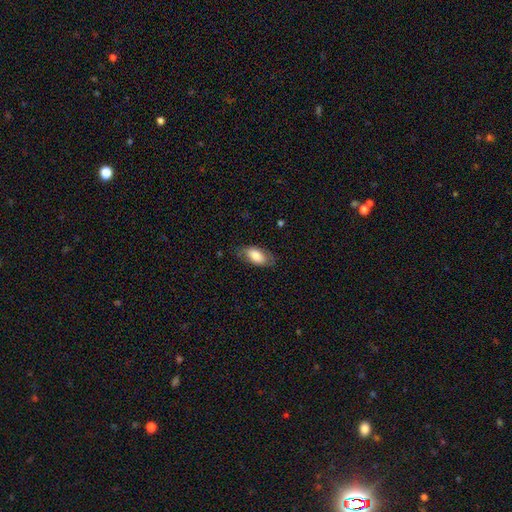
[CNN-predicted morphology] smooth_or_featured: smooth (p=0.74) [alt: featured or disk p=0.20]
how_rounded: in between (p=0.91) [alt: cigar-shaped p=0.05]
merging: none (p=0.71) [alt: minor disturbance p=0.21]